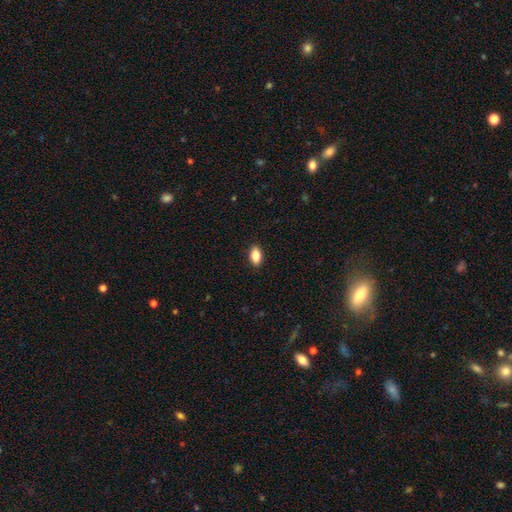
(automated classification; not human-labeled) smooth_or_featured: smooth (p=0.85) [alt: star or artifact p=0.08]
how_rounded: in between (p=0.90) [alt: round p=0.07]
merging: none (p=0.89) [alt: minor disturbance p=0.08]